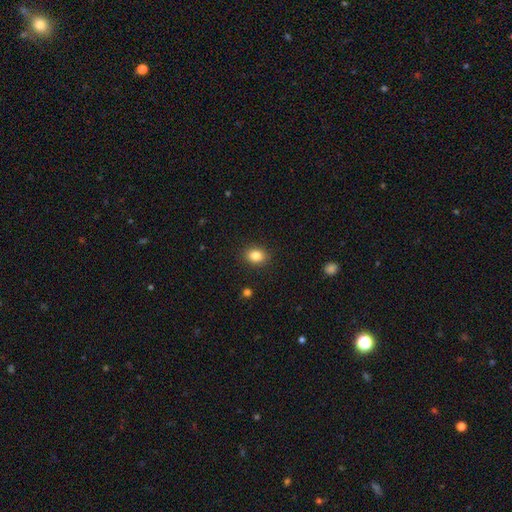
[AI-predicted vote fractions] This is clearly a smooth galaxy (84%). How rounded: possibly in between (51%). Merging: clearly none (89%).